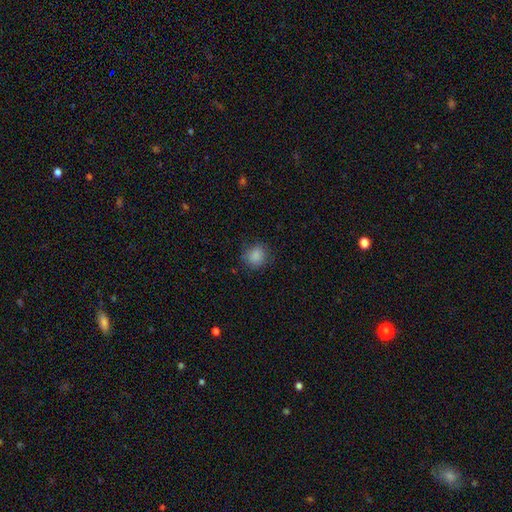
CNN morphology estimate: Q: Smooth or featured?
A: smooth (87%); runner-up: star or artifact (9%)
Q: How rounded?
A: round (81%); runner-up: in between (18%)
Q: Merging?
A: none (81%); runner-up: minor disturbance (14%)